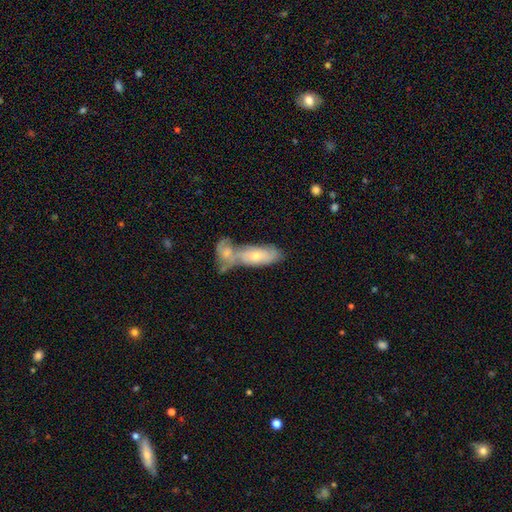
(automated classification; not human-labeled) smooth_or_featured: smooth (p=0.47) [alt: featured or disk p=0.46]
merging: merger (p=0.58) [alt: none p=0.26]